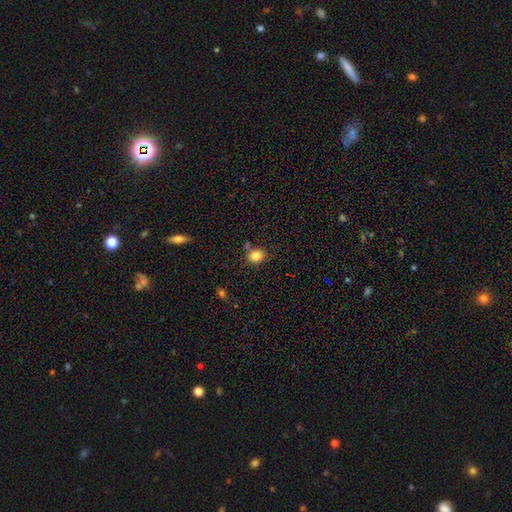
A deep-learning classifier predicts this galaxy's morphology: The model was most divided on "how rounded": round: 63%, in between: 36%, cigar-shaped: 1%. More confident: smooth or featured — smooth (83%); merging — none (73%).